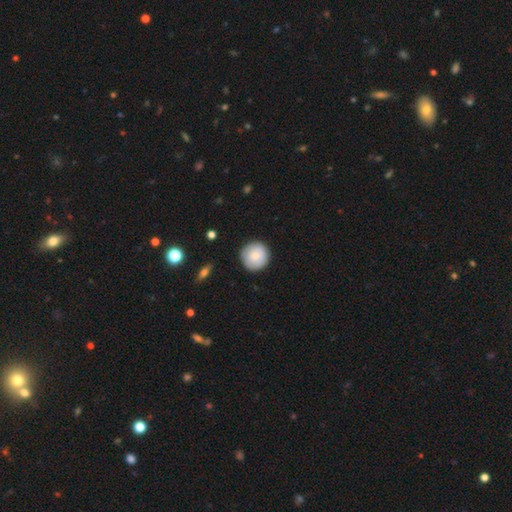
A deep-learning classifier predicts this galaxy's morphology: The model was most divided on "smooth or featured": smooth: 79%, featured or disk: 15%, star or artifact: 6%. More confident: how rounded — round (95%); merging — none (88%).